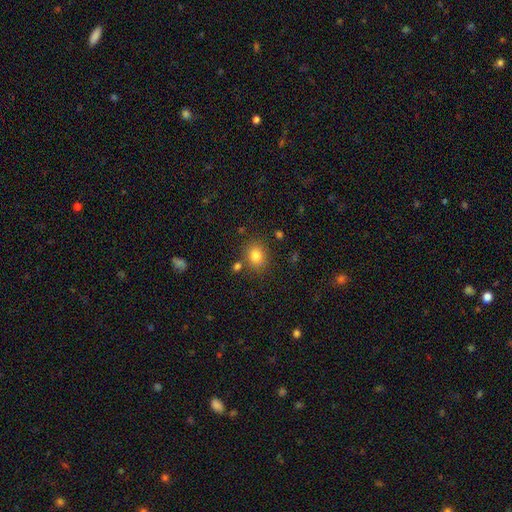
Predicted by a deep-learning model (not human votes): This appears to be a smooth galaxy with no disk features (81%) that is round (65%). Merging: none (79%).